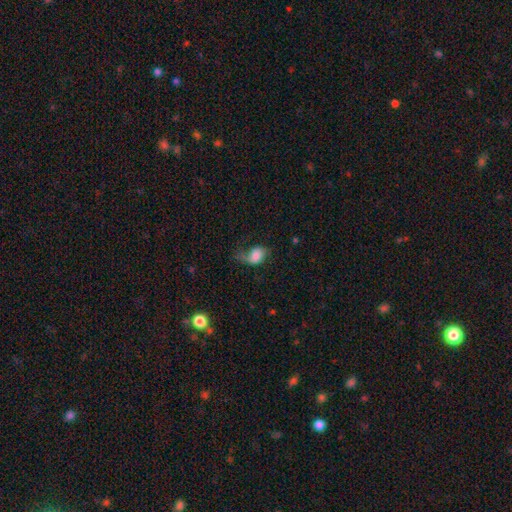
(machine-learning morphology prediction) This is likely a smooth galaxy (64%). How rounded: likely in between (77%). Merging: marginally major disturbance (43%).